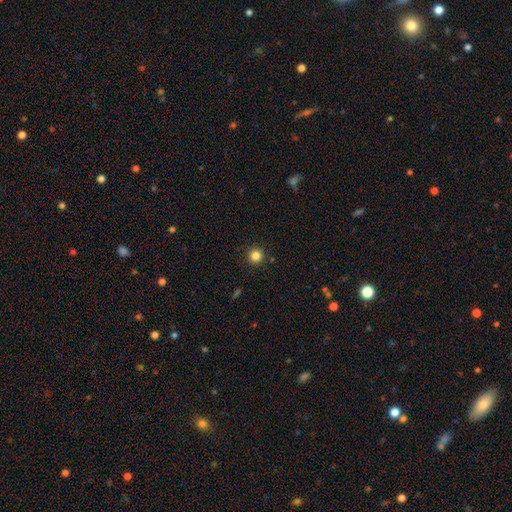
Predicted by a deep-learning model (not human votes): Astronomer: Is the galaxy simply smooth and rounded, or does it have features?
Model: smooth — 83%.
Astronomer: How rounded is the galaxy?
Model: round — 95%.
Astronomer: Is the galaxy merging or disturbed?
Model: none — 92%.